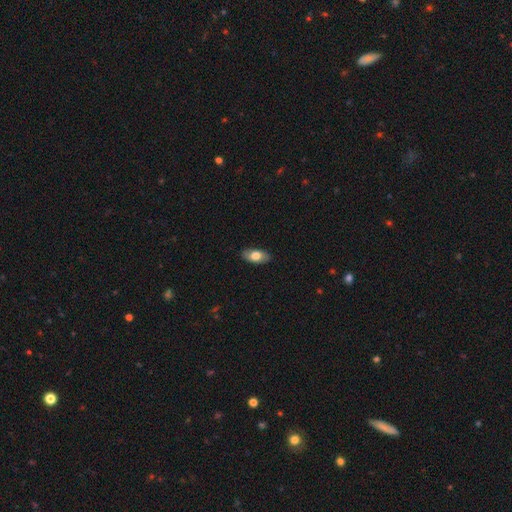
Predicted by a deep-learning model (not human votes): Q: Smooth or featured?
A: smooth (76%); runner-up: featured or disk (18%)
Q: How rounded?
A: in between (91%); runner-up: cigar-shaped (6%)
Q: Merging?
A: none (86%); runner-up: minor disturbance (11%)